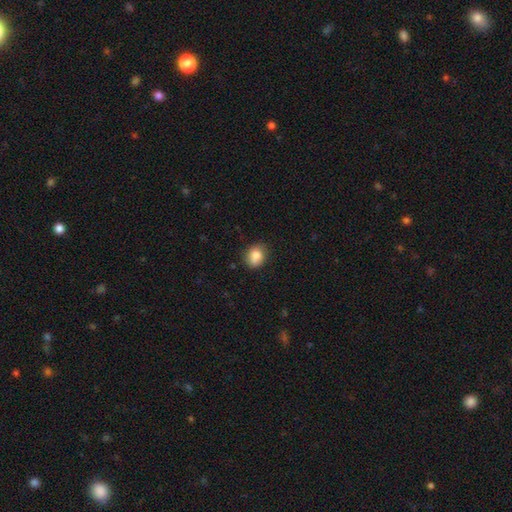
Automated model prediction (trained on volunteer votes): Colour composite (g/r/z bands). It shows a smooth galaxy with no disk features (83%) that is round (57%). Merging: none (70%).